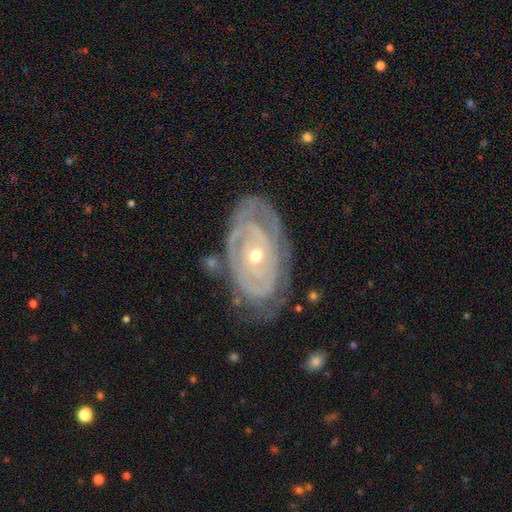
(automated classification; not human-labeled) featured or disk 84%, smooth 11%, star or artifact 5%. Down the decision tree: edge-on disk — no (94%); bar — no (78%); spiral arms — yes (81%); spiral arm count — can't tell (46%); spiral winding — tight (78%); bulge size — moderate (51%); merging — none (66%).